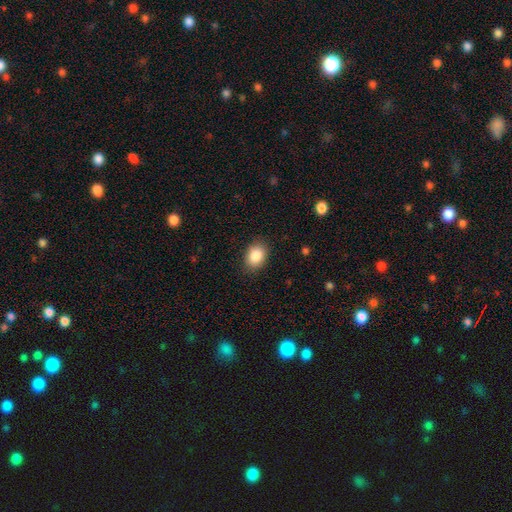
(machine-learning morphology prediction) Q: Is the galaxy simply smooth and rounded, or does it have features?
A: smooth — 87%.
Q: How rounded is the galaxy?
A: in between — 71%.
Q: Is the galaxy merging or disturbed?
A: none — 86%.